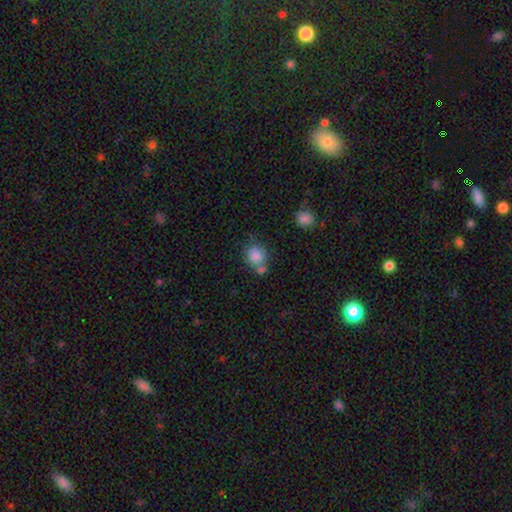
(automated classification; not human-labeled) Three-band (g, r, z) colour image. It shows a smooth galaxy with no disk features (84%) that is round (74%). Merging: none (50%).